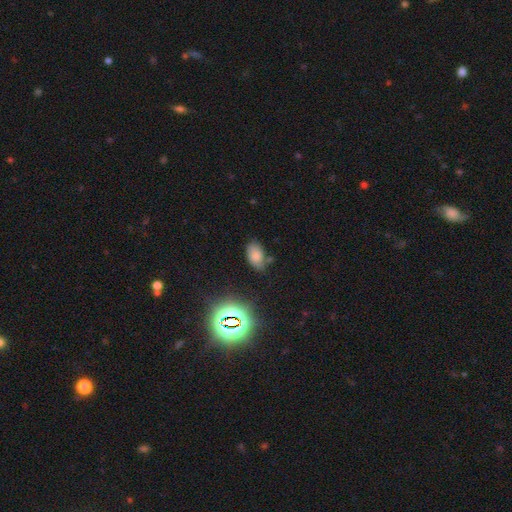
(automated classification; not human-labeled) Overall: smooth (66%). How rounded: in between (90%). Merging: none (63%; minor disturbance 25%).